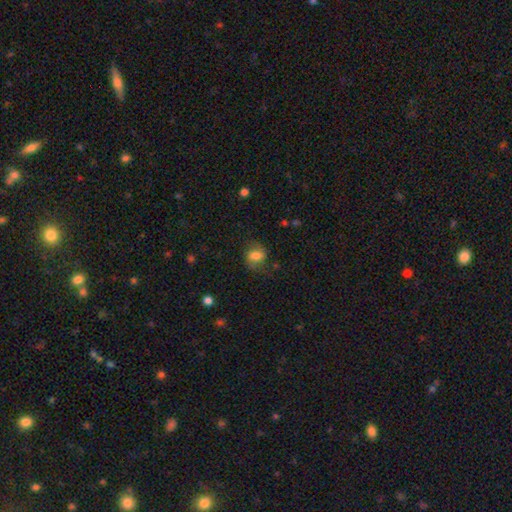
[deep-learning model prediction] This is likely a smooth galaxy (66%). How rounded: possibly round (50%). Merging: likely none (65%).